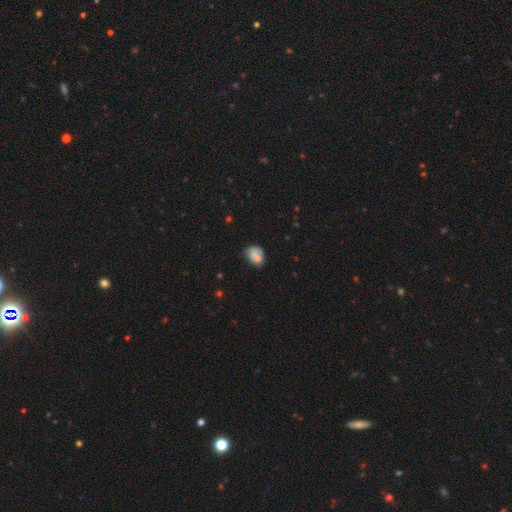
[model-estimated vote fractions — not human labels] Smooth or featured: smooth — 70% (featured or disk — 20%)
How rounded: in between — 54% (round — 45%)
Merging: none — 45% (minor disturbance — 24%)